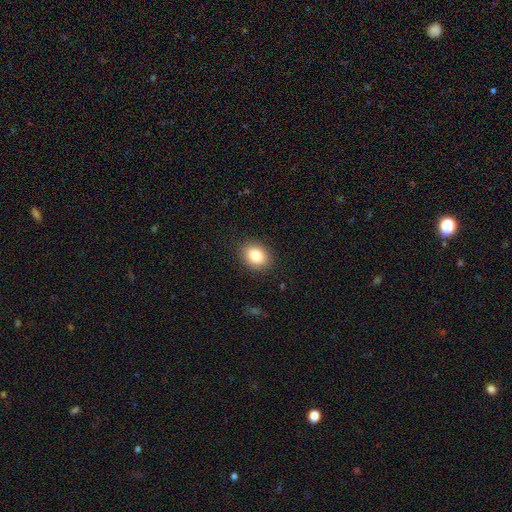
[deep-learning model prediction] Smooth or featured? Predicted: smooth (p=0.84). How rounded? Predicted: in between (p=0.56). Merging? Predicted: none (p=0.88).